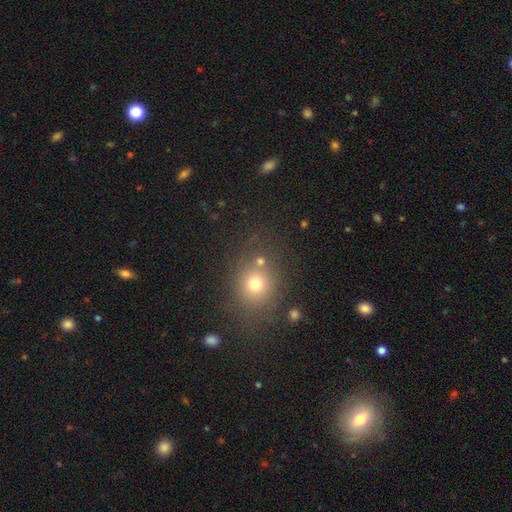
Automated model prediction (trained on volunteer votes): A smooth galaxy with no disk features (59%) that is round (65%).

Vote fractions:
- Smooth or featured? smooth: 59% / star or artifact: 33% / featured or disk: 8%
- How rounded? round: 65% / in between: 33% / cigar-shaped: 2%
- Merging? none: 82% / minor disturbance: 9% / merger: 6% / major disturbance: 4%